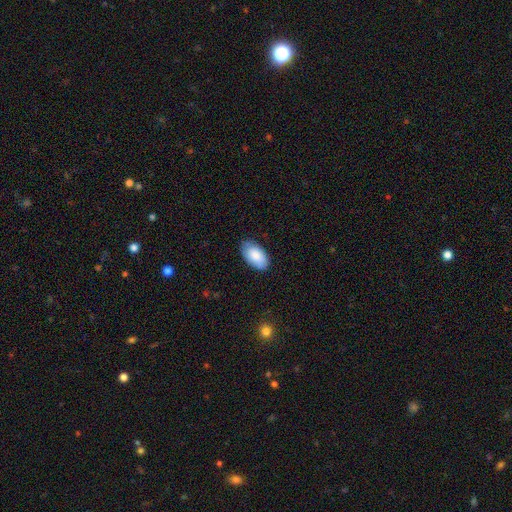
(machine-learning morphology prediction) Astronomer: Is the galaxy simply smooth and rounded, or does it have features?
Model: smooth — 84%.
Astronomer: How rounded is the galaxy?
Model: in between — 95%.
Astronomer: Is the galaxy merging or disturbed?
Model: none — 79%.